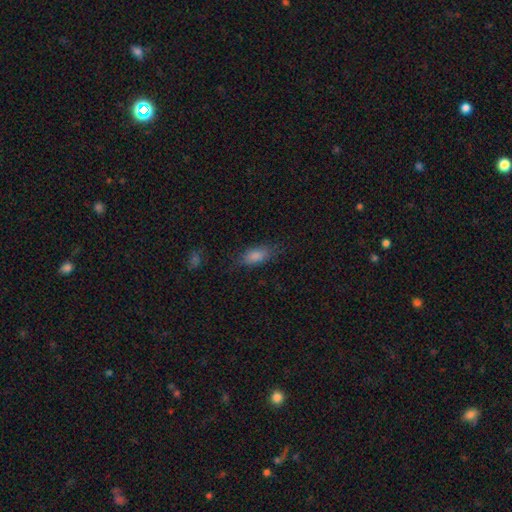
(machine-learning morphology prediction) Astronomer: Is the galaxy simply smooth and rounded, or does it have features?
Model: smooth — 83%.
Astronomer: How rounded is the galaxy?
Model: in between — 83%.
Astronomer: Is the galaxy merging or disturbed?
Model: none — 72%.